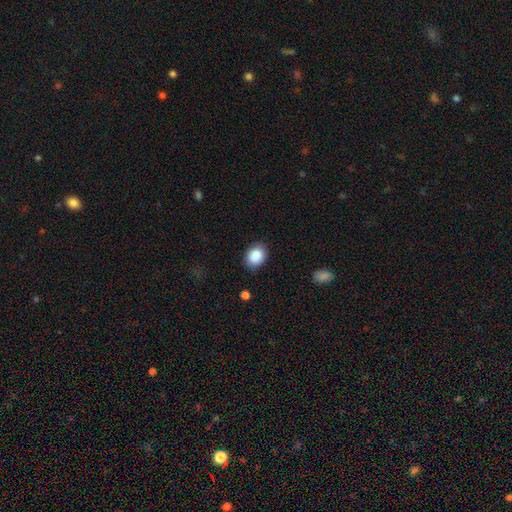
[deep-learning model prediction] The model was most divided on "how rounded": in between: 53%, round: 46%, cigar-shaped: 1%. More confident: smooth or featured — smooth (88%); merging — none (83%).